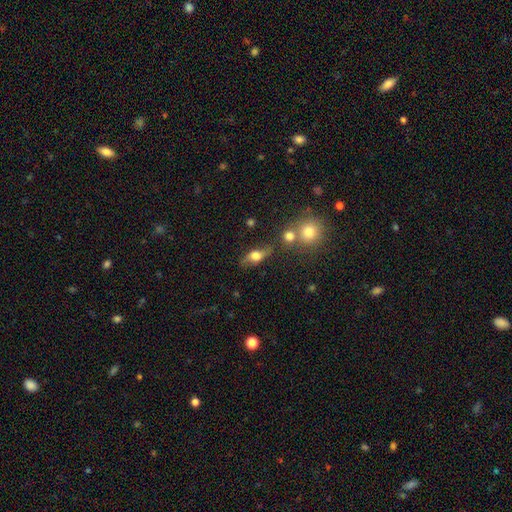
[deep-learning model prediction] The model was most divided on "smooth or featured": smooth: 54%, featured or disk: 36%, star or artifact: 11%. More confident: how rounded — in between (66%); merging — none (66%).